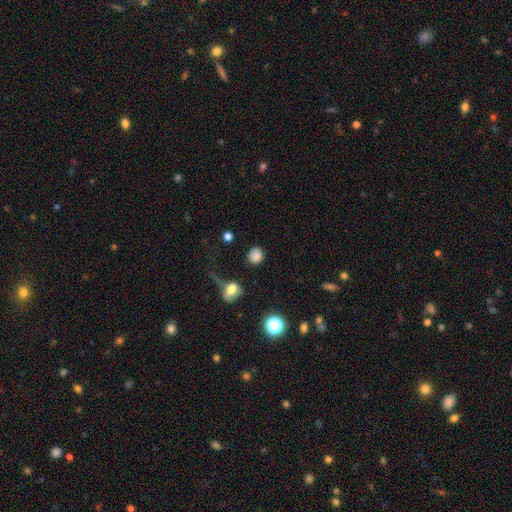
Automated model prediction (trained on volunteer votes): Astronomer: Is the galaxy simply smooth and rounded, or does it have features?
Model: smooth — 82%.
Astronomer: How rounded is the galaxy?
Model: round — 83%.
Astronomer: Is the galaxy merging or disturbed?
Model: none — 78%.